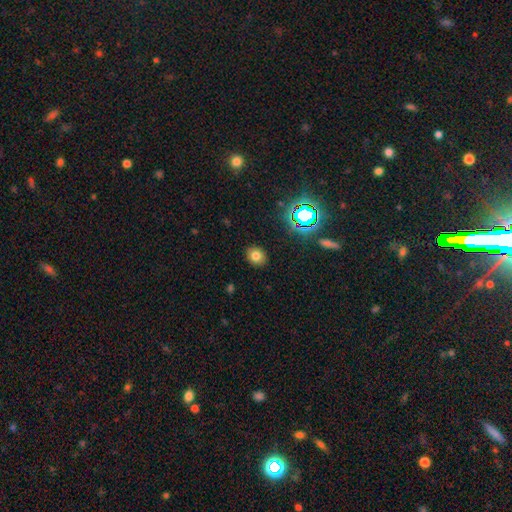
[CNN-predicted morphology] smooth-or-featured: smooth: 74% | star or artifact: 17% | featured or disk: 9%
  how-rounded: round: 64% | in between: 35% | cigar-shaped: 1%
  merging: none: 89% | minor disturbance: 8% | major disturbance: 2% | merger: 1%